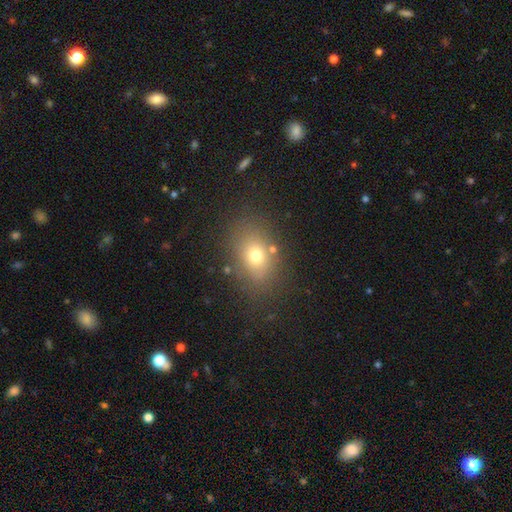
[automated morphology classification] Overall: smooth (71%). How rounded: in between (73%). Merging: none (79%).